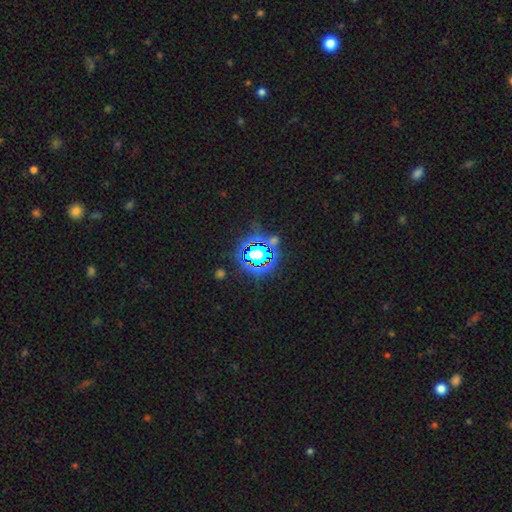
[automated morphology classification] Smooth or featured: star or artifact — 76% (smooth — 15%)